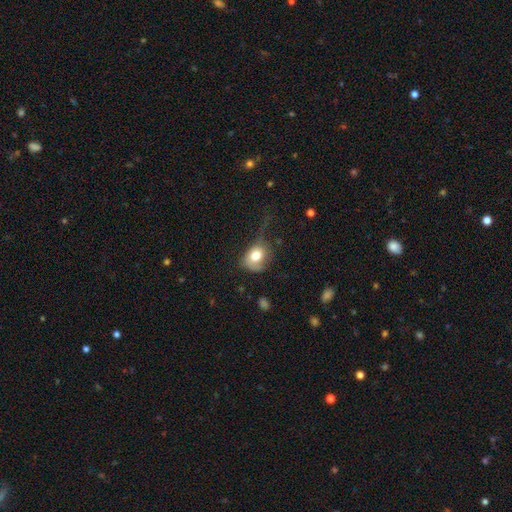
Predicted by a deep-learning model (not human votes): smooth 74%, featured or disk 18%, star or artifact 8%. Down the decision tree: how rounded — in between (55%); merging — major disturbance (33%).